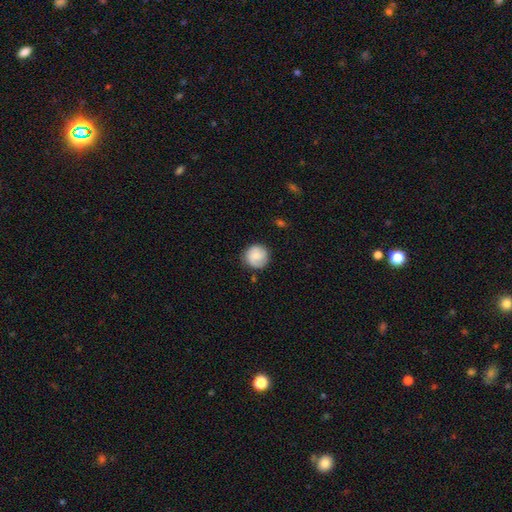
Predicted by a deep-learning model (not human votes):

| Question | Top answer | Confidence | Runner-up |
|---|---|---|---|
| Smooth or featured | smooth | 65% | featured or disk (28%) |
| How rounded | round | 92% | in between (7%) |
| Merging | none | 80% | minor disturbance (15%) |